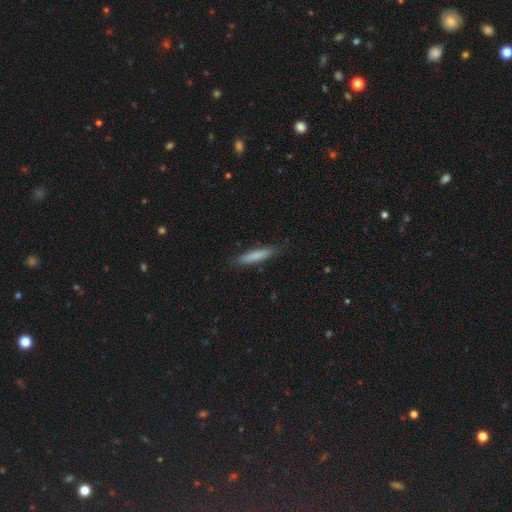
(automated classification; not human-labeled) The model was most divided on "smooth or featured": smooth: 82%, featured or disk: 12%, star or artifact: 6%. More confident: how rounded — cigar-shaped (87%); merging — none (85%).